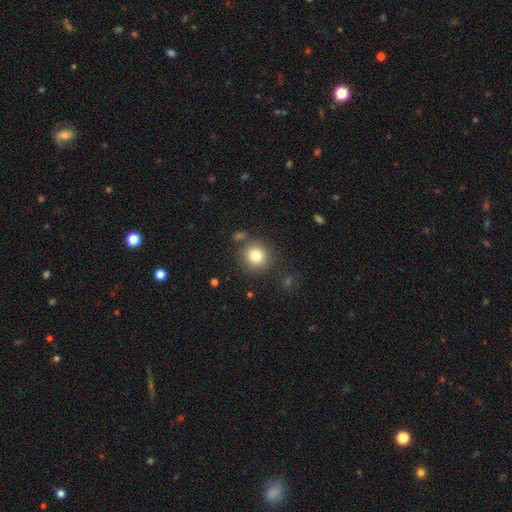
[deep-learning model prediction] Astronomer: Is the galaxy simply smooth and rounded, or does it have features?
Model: smooth — 81%.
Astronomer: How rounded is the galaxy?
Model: round — 90%.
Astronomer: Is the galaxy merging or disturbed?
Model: none — 78%.